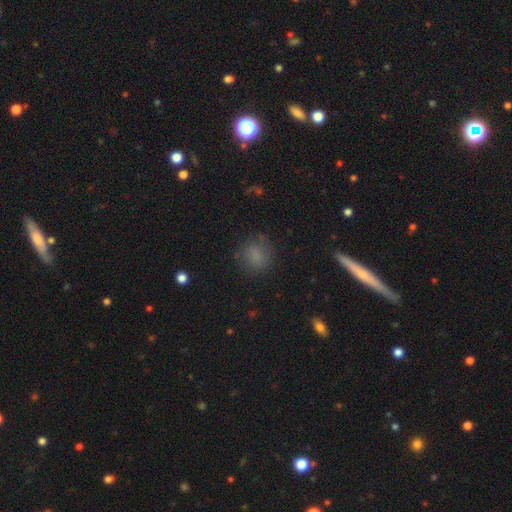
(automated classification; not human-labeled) smooth_or_featured: smooth (p=0.79) [alt: star or artifact p=0.12]
how_rounded: round (p=0.81) [alt: in between p=0.18]
merging: none (p=0.76) [alt: minor disturbance p=0.16]